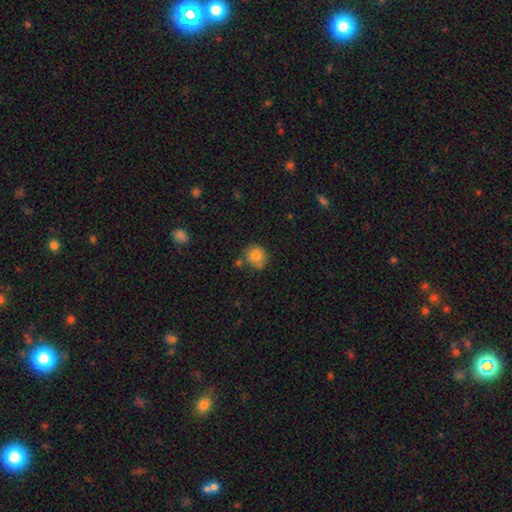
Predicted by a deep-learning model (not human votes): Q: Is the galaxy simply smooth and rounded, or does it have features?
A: smooth — 82%.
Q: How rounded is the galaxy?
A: round — 85%.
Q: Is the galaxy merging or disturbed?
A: none — 70%.